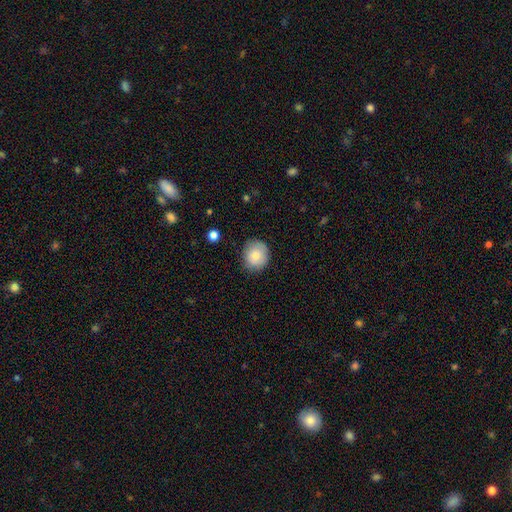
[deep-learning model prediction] smooth-or-featured: smooth: 80% | featured or disk: 12% | star or artifact: 8%
  how-rounded: round: 81% | in between: 18% | cigar-shaped: 1%
  merging: none: 81% | minor disturbance: 15% | major disturbance: 3% | merger: 1%